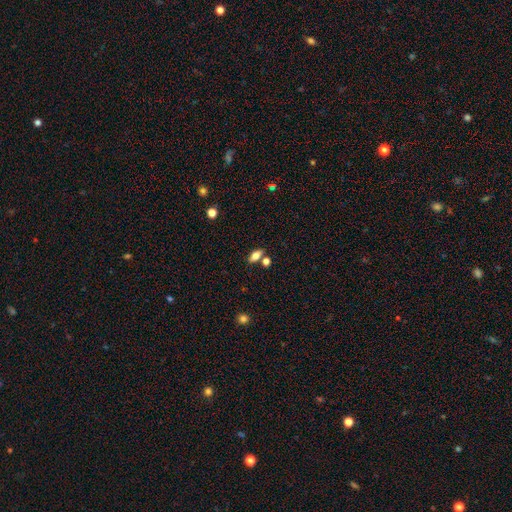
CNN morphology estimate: The model was most divided on "merging": none: 71%, merger: 15%, minor disturbance: 11%, major disturbance: 3%. More confident: how rounded — in between (84%); smooth or featured — smooth (75%).